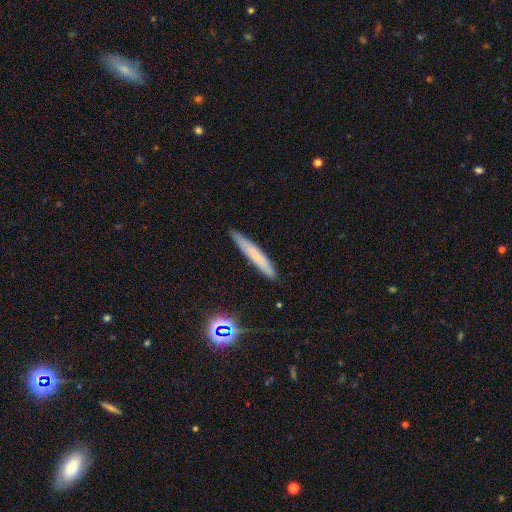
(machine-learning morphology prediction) smooth_or_featured: smooth (p=0.62) [alt: featured or disk p=0.28]
how_rounded: cigar-shaped (p=0.95) [alt: in between p=0.04]
merging: none (p=0.87) [alt: minor disturbance p=0.09]